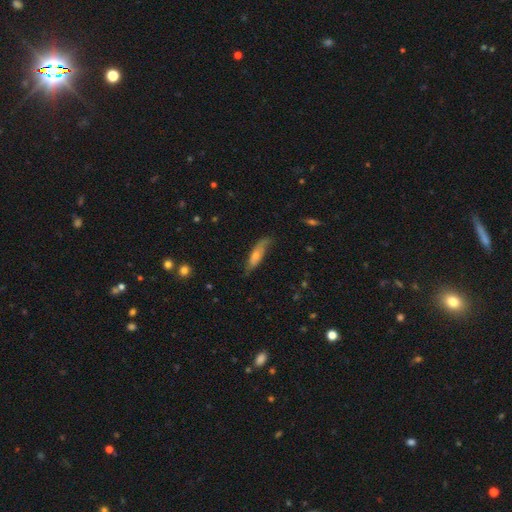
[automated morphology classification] Overall: featured or disk (47%; smooth 45%). Merging: none (62%; minor disturbance 27%).